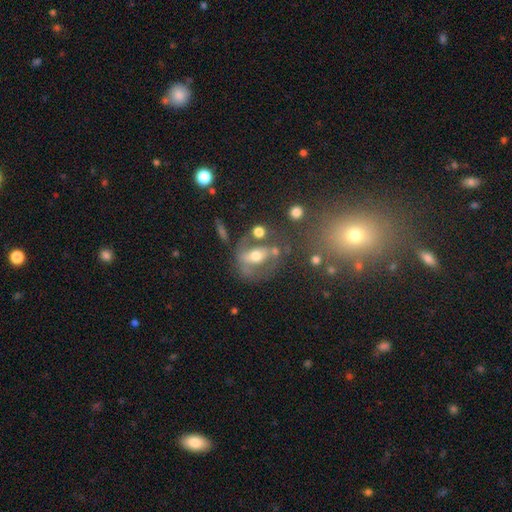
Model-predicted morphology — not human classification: Smooth or featured? featured or disk (57%)
Edge-on disk? no (88%)
Bar? no (37%)
Spiral arms? no (61%)
Bulge size? moderate (68%)
Merging? none (46%)